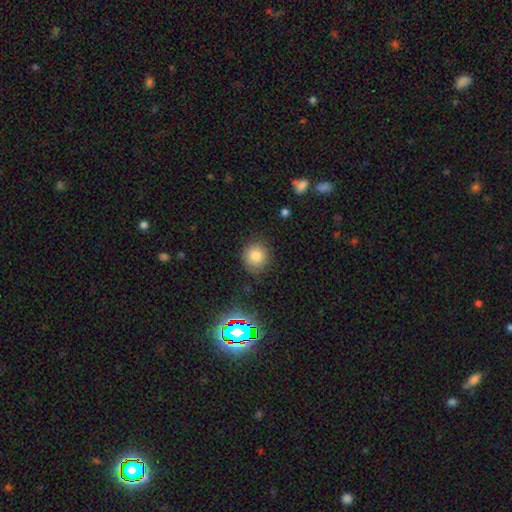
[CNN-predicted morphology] A smooth galaxy with no disk features (79%) that is round (87%). Merging: none (85%).